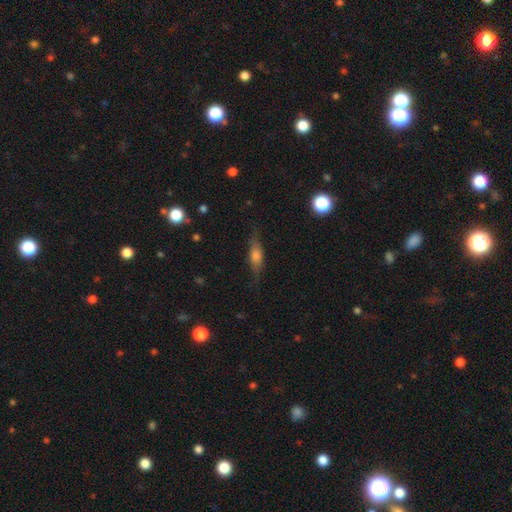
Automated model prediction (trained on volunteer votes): A smooth galaxy with no disk features (54%) that is cigar-shaped (48%).

Vote fractions:
- Smooth or featured? smooth: 54% / featured or disk: 37% / star or artifact: 9%
- How rounded? cigar-shaped: 48% / in between: 47% / round: 5%
- Merging? none: 76% / minor disturbance: 17% / major disturbance: 5% / merger: 1%